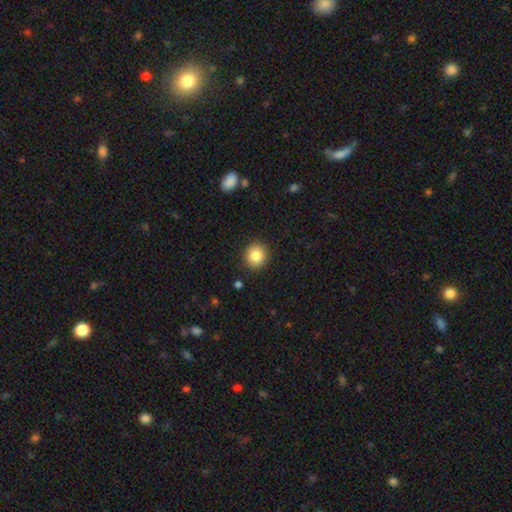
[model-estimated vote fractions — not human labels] Smooth or featured?
  - smooth: 85% *
  - star or artifact: 9%
  - featured or disk: 6%
How rounded?
  - round: 86% *
  - in between: 13%
  - cigar-shaped: 1%
Merging?
  - none: 90% *
  - minor disturbance: 7%
  - major disturbance: 2%
  - merger: 1%